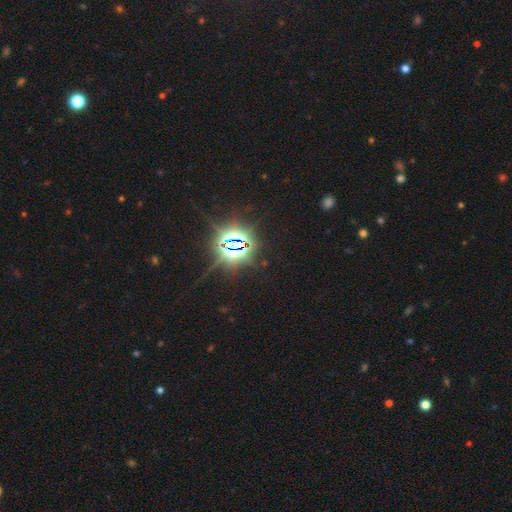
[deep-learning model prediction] The model was most divided on "smooth or featured": star or artifact: 82%, smooth: 12%, featured or disk: 5%.